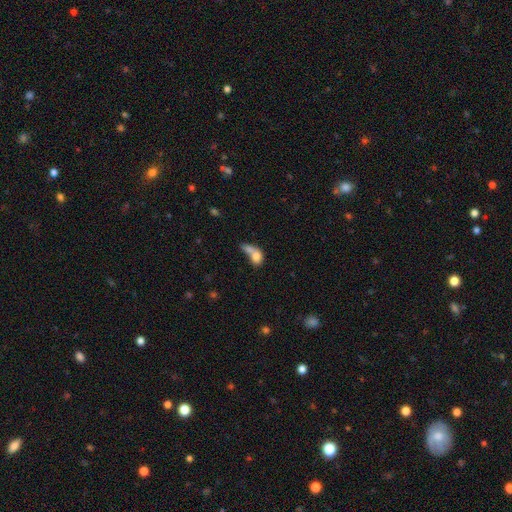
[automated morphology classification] smooth-or-featured: smooth: 73% | featured or disk: 18% | star or artifact: 9%
  how-rounded: in between: 60% | round: 35% | cigar-shaped: 6%
  merging: merger: 59% | none: 18% | major disturbance: 13% | minor disturbance: 10%